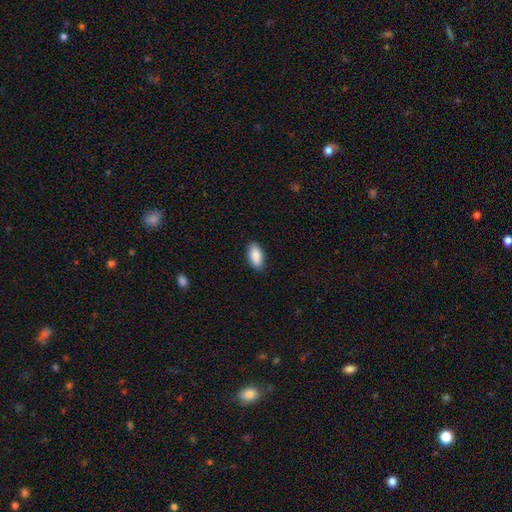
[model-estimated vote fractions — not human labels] Morphology: type=smooth (89%); roundness=in between (90%); merging=none (87%).